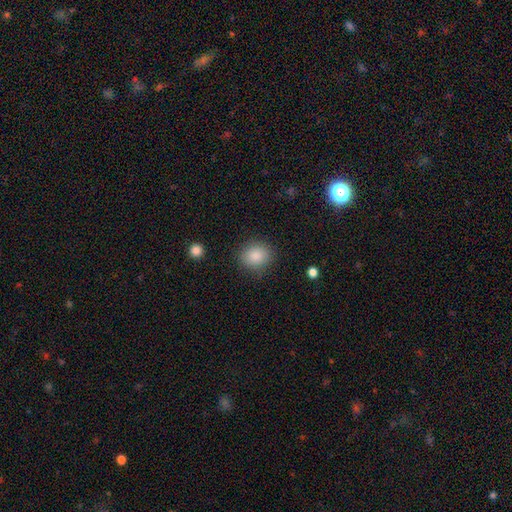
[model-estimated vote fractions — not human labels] A smooth galaxy with no disk features (86%) that is round (72%).

Vote fractions:
- Smooth or featured? smooth: 86% / star or artifact: 9% / featured or disk: 5%
- How rounded? round: 72% / in between: 27% / cigar-shaped: 1%
- Merging? none: 85% / minor disturbance: 10% / major disturbance: 4% / merger: 1%